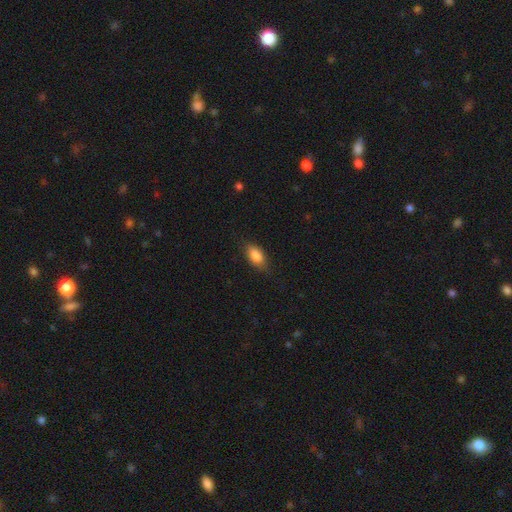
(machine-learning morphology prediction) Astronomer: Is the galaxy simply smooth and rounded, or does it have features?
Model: smooth — 84%.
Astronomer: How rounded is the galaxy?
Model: in between — 88%.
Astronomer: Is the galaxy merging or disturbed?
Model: none — 79%.